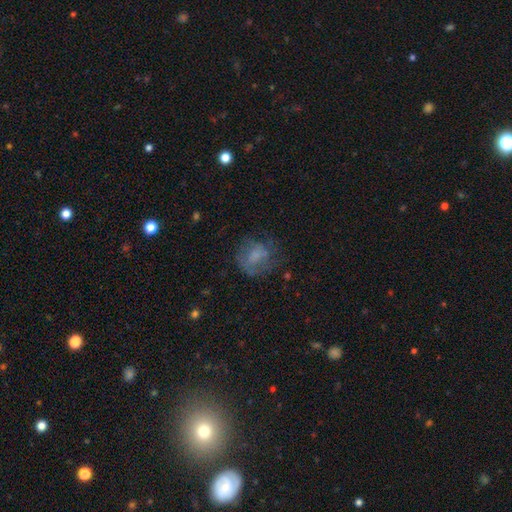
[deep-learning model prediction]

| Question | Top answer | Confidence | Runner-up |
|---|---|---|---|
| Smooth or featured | smooth | 49% | featured or disk (38%) |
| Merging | none | 54% | major disturbance (22%) |